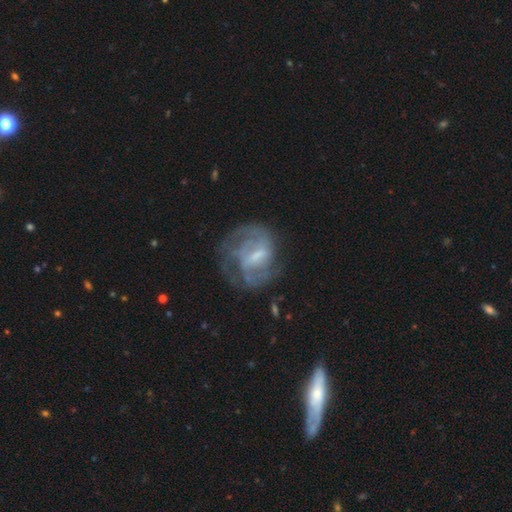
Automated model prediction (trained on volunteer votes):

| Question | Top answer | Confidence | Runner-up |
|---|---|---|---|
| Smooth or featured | featured or disk | 79% | smooth (14%) |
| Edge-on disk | no | 97% | yes (3%) |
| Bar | weak | 55% | strong (27%) |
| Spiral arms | yes | 87% | no (13%) |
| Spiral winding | tight | 44% | medium (42%) |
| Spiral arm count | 2 | 41% | can't tell (30%) |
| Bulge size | small | 40% | moderate (33%) |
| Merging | none | 59% | minor disturbance (20%) |